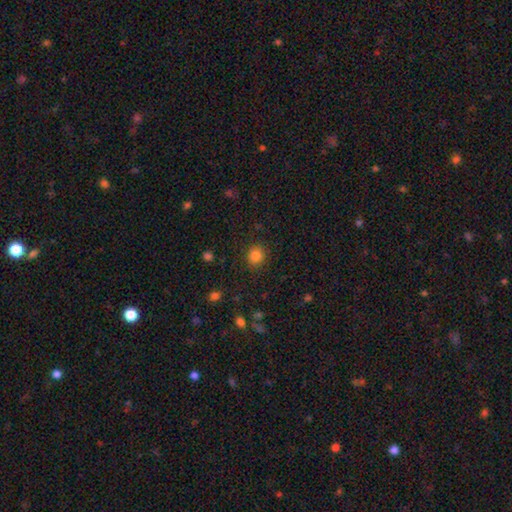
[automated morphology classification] A smooth galaxy with no disk features (84%) that is round (80%). Merging: none (87%).